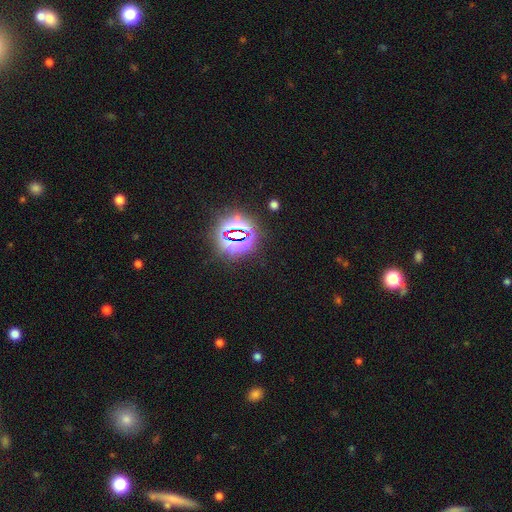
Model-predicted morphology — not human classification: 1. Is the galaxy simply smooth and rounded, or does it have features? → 79% star or artifact, 14% smooth, 7% featured or disk.